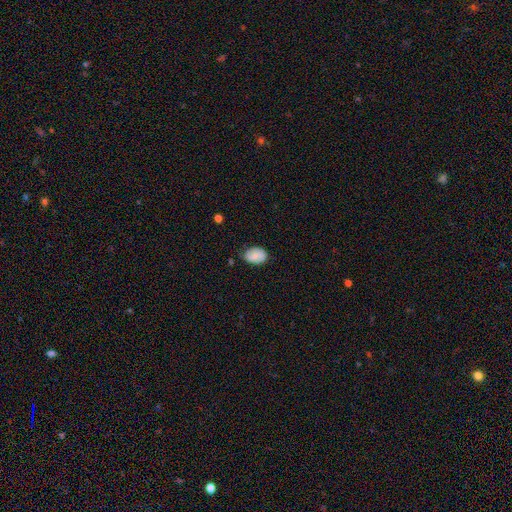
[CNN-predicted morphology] Smooth or featured? Predicted: smooth (p=0.73). How rounded? Predicted: in between (p=0.82). Merging? Predicted: none (p=0.69).